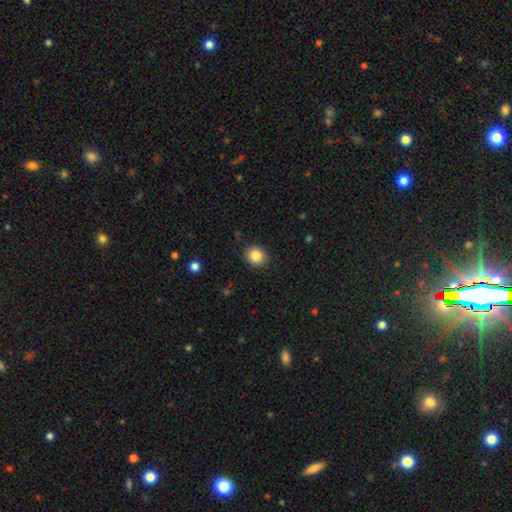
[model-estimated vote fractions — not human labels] smooth 85%, star or artifact 9%, featured or disk 6%. Down the decision tree: how rounded — round (73%); merging — none (89%).